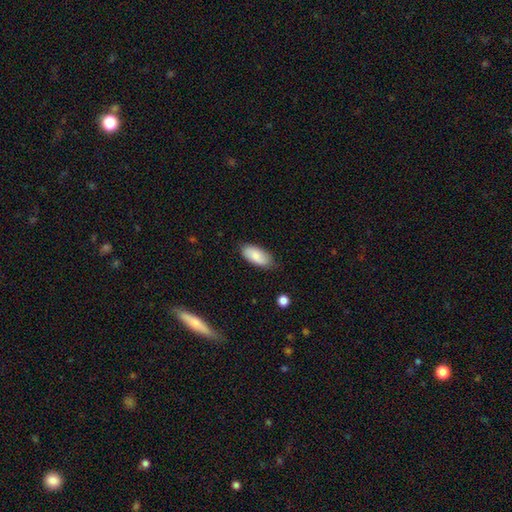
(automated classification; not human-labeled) The model was most divided on "merging": none: 78%, minor disturbance: 18%, major disturbance: 3%, merger: 1%. More confident: how rounded — in between (91%); smooth or featured — smooth (84%).